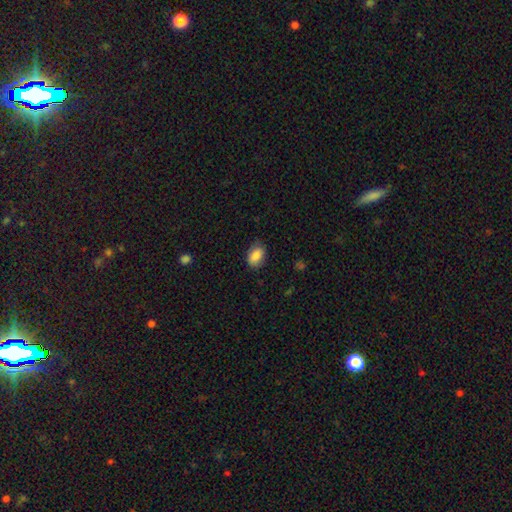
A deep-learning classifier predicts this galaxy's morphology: This appears to be a smooth galaxy with no disk features (85%) that is in between round and cigar-shaped (85%). Merging: none (78%).